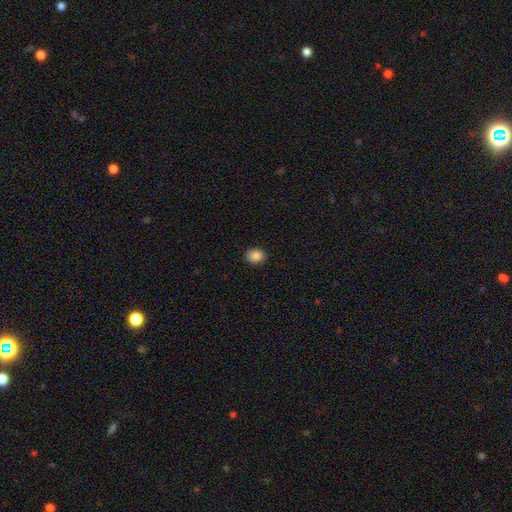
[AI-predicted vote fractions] A smooth galaxy with no disk features (86%) that is round (58%). Merging: none (87%).